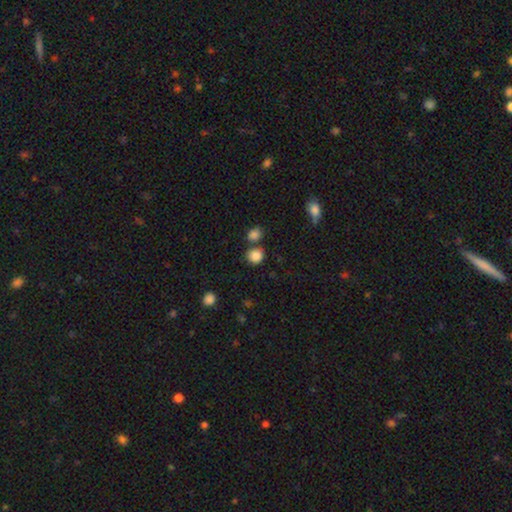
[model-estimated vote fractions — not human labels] smooth_or_featured: smooth (p=0.86) [alt: star or artifact p=0.10]
how_rounded: round (p=0.83) [alt: in between p=0.16]
merging: none (p=0.70) [alt: merger p=0.17]